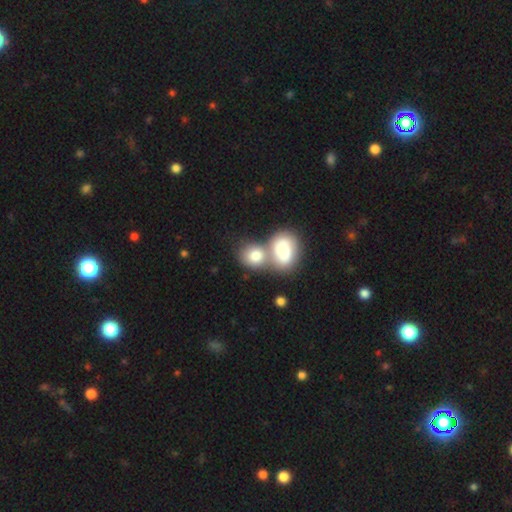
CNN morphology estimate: The model was most divided on "how rounded": round: 58%, in between: 41%, cigar-shaped: 1%. More confident: smooth or featured — smooth (72%); merging — merger (56%).